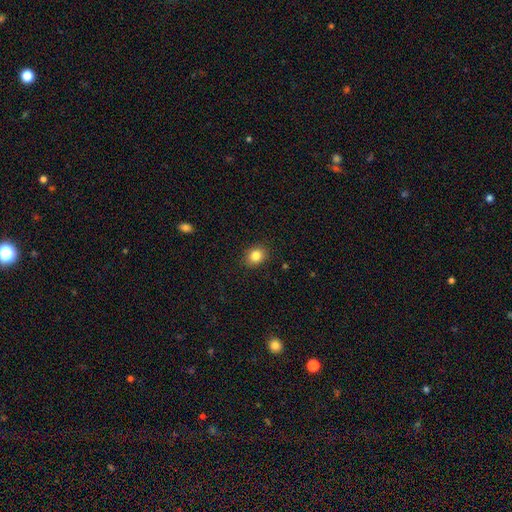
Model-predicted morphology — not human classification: Overall: smooth (84%). How rounded: round (55%; in between 44%). Merging: none (88%).